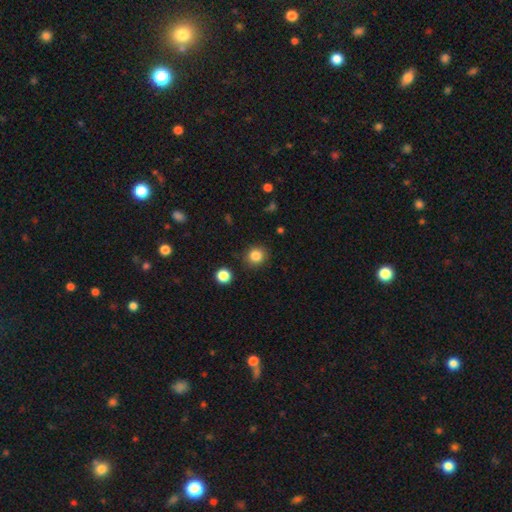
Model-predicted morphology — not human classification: smooth 84%, star or artifact 11%, featured or disk 5%. Down the decision tree: how rounded — round (88%); merging — none (88%).